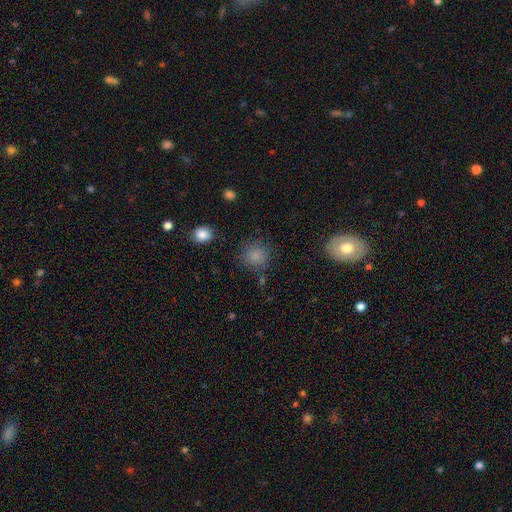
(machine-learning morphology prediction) Smooth or featured: smooth — 82% (star or artifact — 13%)
How rounded: round — 88% (in between — 11%)
Merging: none — 81% (minor disturbance — 11%)